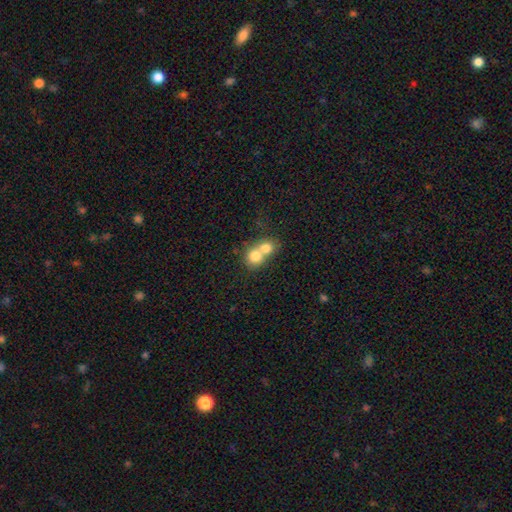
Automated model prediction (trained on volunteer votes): Q: Smooth or featured?
A: smooth (75%); runner-up: featured or disk (16%)
Q: How rounded?
A: round (77%); runner-up: in between (22%)
Q: Merging?
A: merger (72%); runner-up: none (22%)